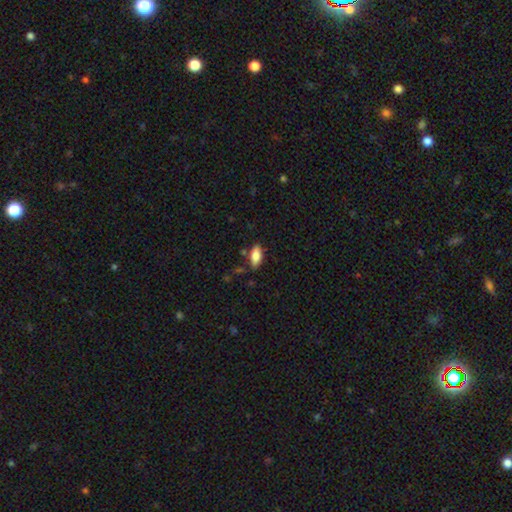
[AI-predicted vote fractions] Smooth or featured?
  - smooth: 81% *
  - featured or disk: 12%
  - star or artifact: 7%
How rounded?
  - in between: 87% *
  - cigar-shaped: 11%
  - round: 2%
Merging?
  - none: 77% *
  - minor disturbance: 15%
  - merger: 4%
  - major disturbance: 3%